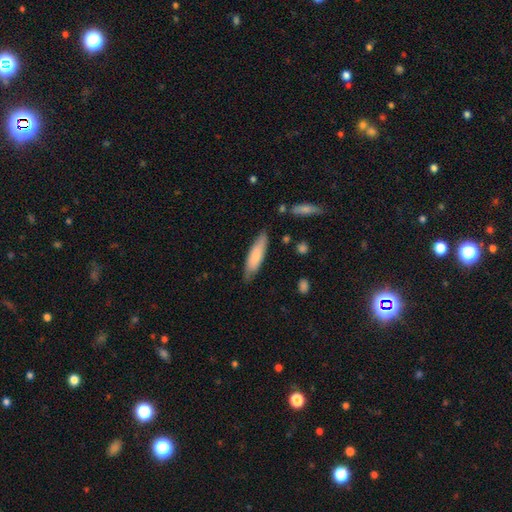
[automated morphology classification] The model was most divided on "how rounded": cigar-shaped: 65%, in between: 34%, round: 1%. More confident: merging — none (80%); smooth or featured — smooth (79%).